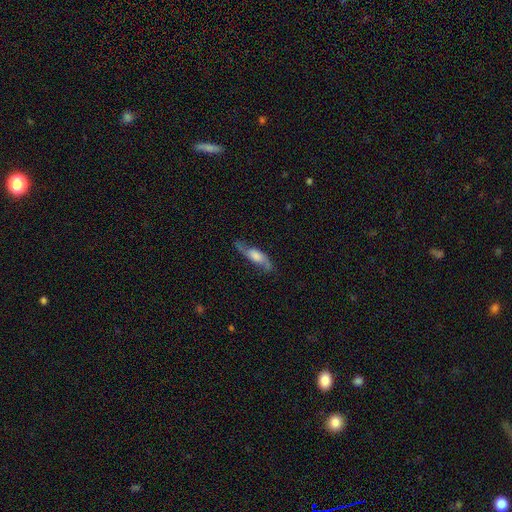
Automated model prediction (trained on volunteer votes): Morphology: type=featured or disk (73%); edge-on=no (68%); bar=no (59%); spiral arms=yes (92%); bulge=large (37%); merging=none (76%).